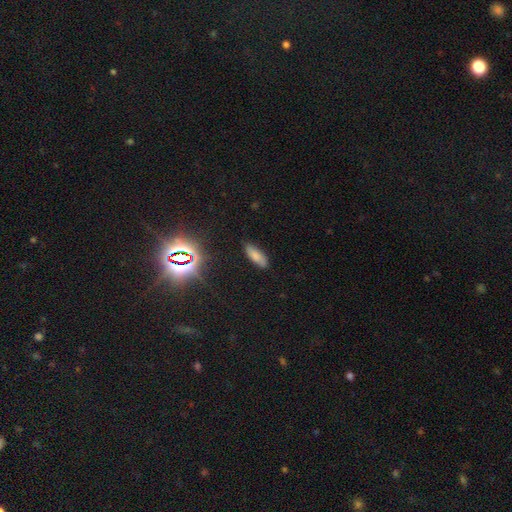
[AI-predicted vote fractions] Overall: smooth (74%). How rounded: in between (68%; cigar-shaped 30%). Merging: none (81%).